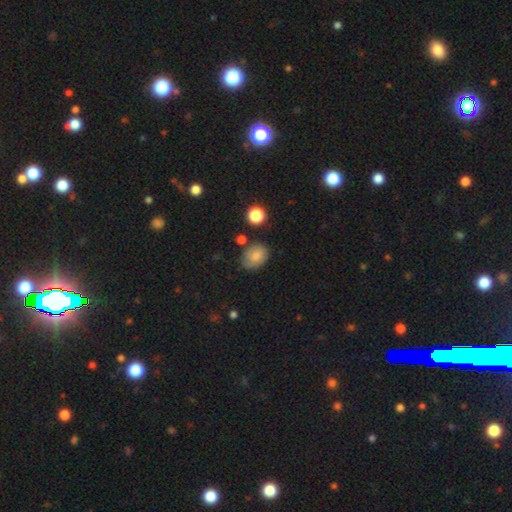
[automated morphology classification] smooth-or-featured: smooth: 76% | featured or disk: 14% | star or artifact: 10%
  how-rounded: in between: 63% | round: 36% | cigar-shaped: 1%
  merging: none: 65% | minor disturbance: 24% | merger: 6% | major disturbance: 5%